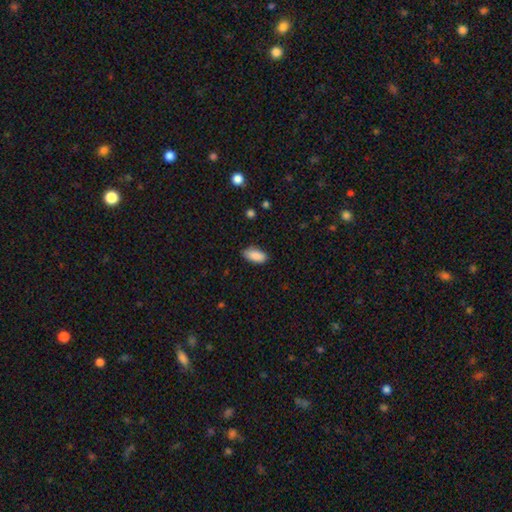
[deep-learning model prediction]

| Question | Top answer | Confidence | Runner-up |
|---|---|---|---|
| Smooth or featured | smooth | 89% | star or artifact (7%) |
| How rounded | in between | 91% | cigar-shaped (6%) |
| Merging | none | 83% | minor disturbance (14%) |